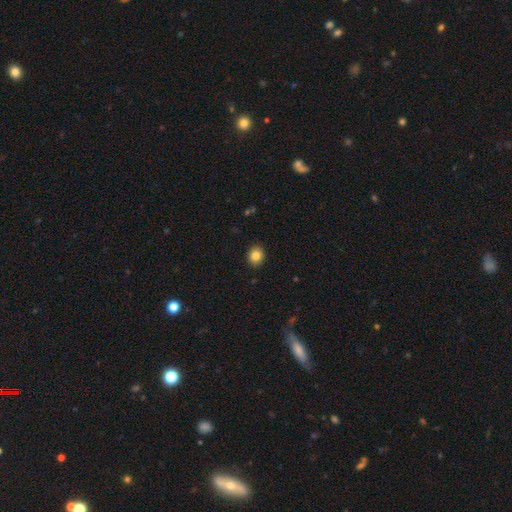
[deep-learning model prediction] Smooth or featured? Predicted: smooth (p=0.84). How rounded? Predicted: round (p=0.61). Merging? Predicted: none (p=0.91).